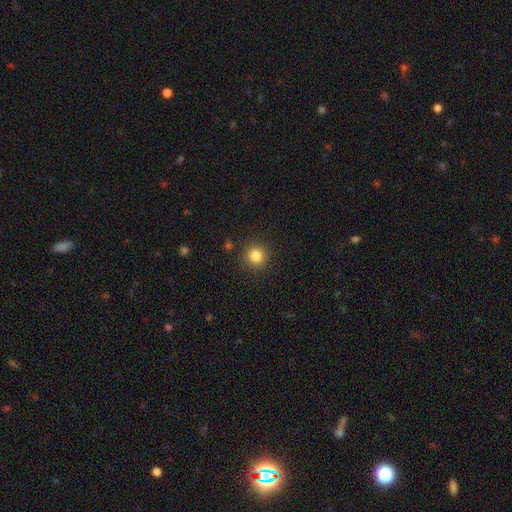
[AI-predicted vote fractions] A smooth galaxy with no disk features (83%) that is round (94%).

Vote fractions:
- Smooth or featured? smooth: 83% / star or artifact: 11% / featured or disk: 5%
- How rounded? round: 94% / in between: 5% / cigar-shaped: 1%
- Merging? none: 90% / minor disturbance: 6% / major disturbance: 2% / merger: 2%